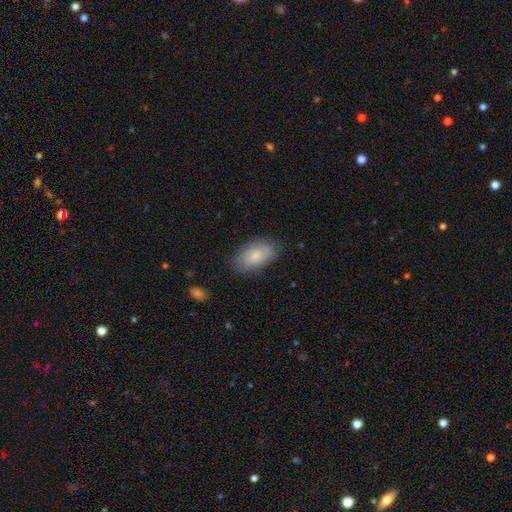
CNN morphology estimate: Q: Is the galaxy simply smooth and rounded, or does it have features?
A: smooth — 66%.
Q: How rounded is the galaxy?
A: in between — 93%.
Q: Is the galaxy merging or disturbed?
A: none — 77%.